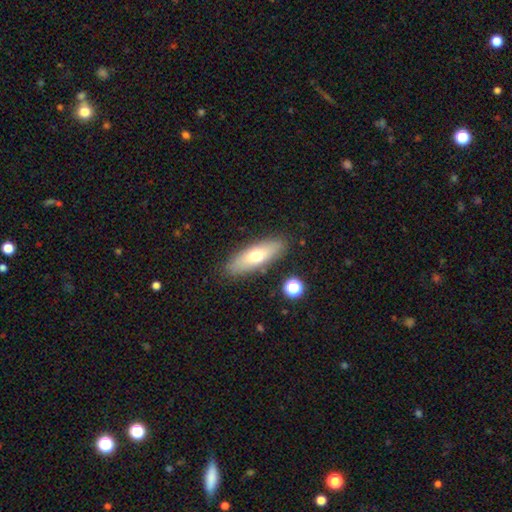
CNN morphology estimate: Smooth or featured? smooth (65%)
How rounded? in between (53%)
Merging? none (86%)